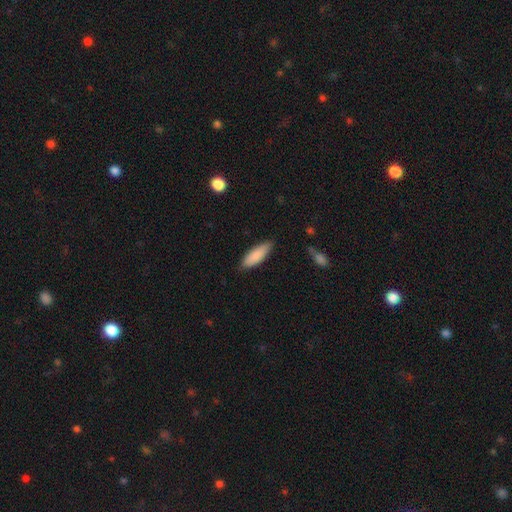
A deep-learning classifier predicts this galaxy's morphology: The model was most divided on "how rounded": in between: 58%, cigar-shaped: 41%, round: 1%. More confident: smooth or featured — smooth (87%); merging — none (79%).